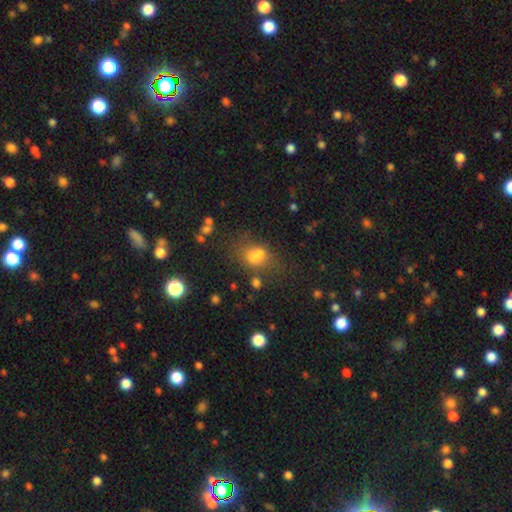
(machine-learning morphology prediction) smooth-or-featured: smooth: 63% | star or artifact: 22% | featured or disk: 15%
  how-rounded: round: 56% | in between: 42% | cigar-shaped: 2%
  merging: none: 43% | merger: 36% | minor disturbance: 13% | major disturbance: 8%